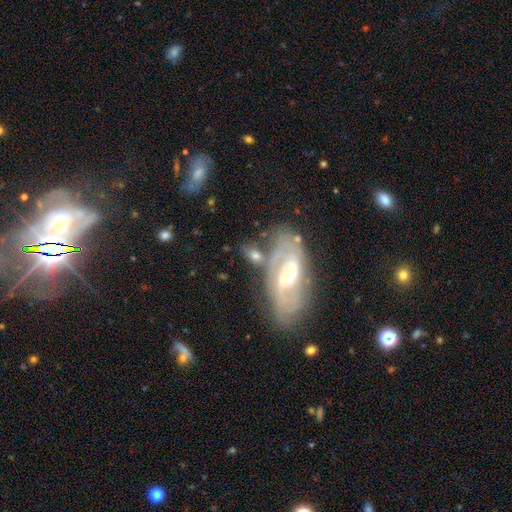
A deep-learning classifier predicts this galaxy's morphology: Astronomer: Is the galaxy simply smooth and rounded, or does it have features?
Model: featured or disk — 57% (runner-up: smooth, 35%).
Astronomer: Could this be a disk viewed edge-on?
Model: no — 88%.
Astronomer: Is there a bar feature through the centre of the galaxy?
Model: no — 50% (runner-up: weak, 33%).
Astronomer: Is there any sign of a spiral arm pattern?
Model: yes — 75%.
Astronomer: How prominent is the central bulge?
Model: moderate — 49% (runner-up: small, 43%).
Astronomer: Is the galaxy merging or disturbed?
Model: none — 52%.